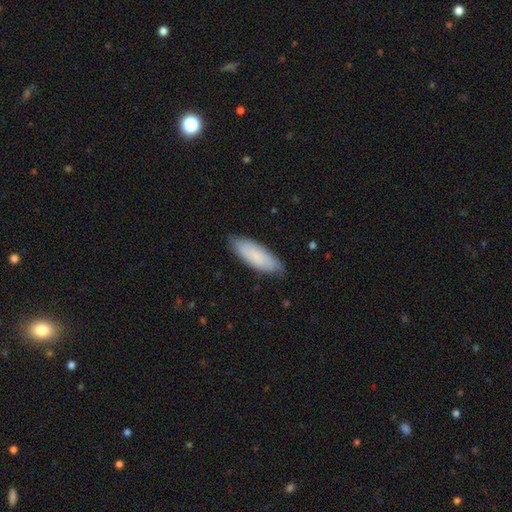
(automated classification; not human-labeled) Smooth or featured? smooth (75%)
How rounded? in between (65%)
Merging? none (81%)